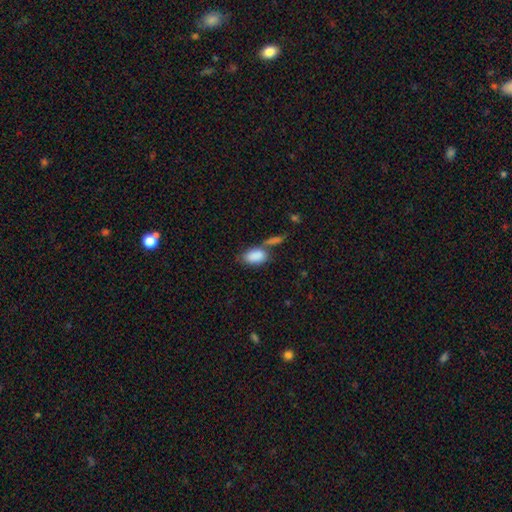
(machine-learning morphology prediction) Overall: smooth (87%). How rounded: in between (92%). Merging: none (44%; merger 35%).